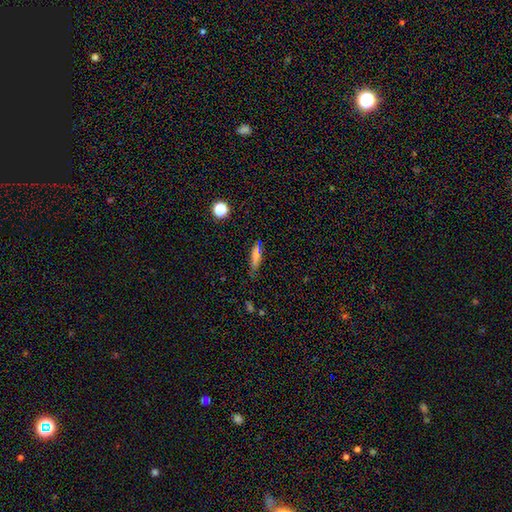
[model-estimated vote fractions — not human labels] smooth 67%, star or artifact 20%, featured or disk 13%. Down the decision tree: how rounded — cigar-shaped (60%); merging — none (74%).